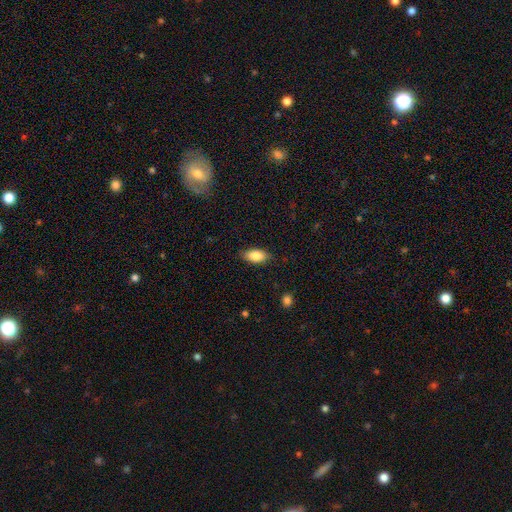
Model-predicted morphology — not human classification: The model was most divided on "merging": none: 85%, minor disturbance: 11%, major disturbance: 3%, merger: 1%. More confident: how rounded — in between (91%); smooth or featured — smooth (86%).